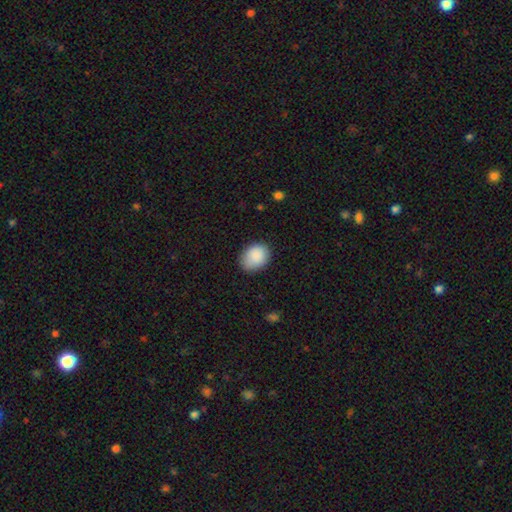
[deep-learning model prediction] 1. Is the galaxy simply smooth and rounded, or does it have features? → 89% smooth, 7% star or artifact, 4% featured or disk.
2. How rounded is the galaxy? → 62% in between, 37% round, 1% cigar-shaped.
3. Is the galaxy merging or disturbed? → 79% none, 17% minor disturbance, 3% major disturbance, 1% merger.